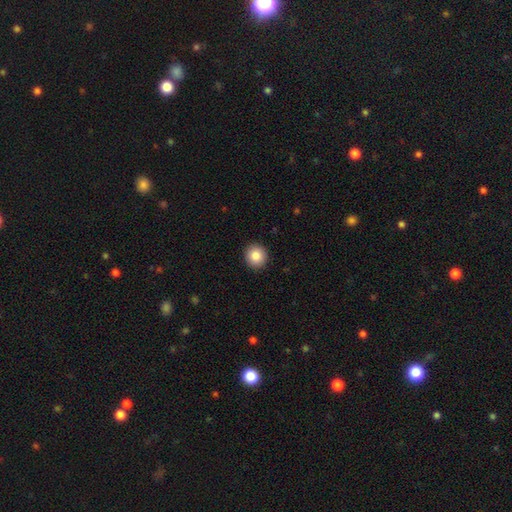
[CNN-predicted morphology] Smooth or featured? Predicted: smooth (p=0.86). How rounded? Predicted: round (p=0.90). Merging? Predicted: none (p=0.92).